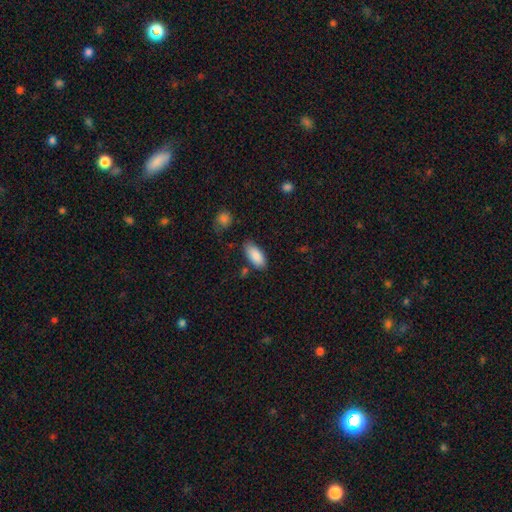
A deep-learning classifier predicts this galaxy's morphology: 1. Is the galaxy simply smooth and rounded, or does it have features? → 88% smooth, 6% star or artifact, 6% featured or disk.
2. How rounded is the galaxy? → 89% in between, 9% cigar-shaped, 2% round.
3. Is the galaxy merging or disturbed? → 78% none, 15% minor disturbance, 4% merger, 4% major disturbance.